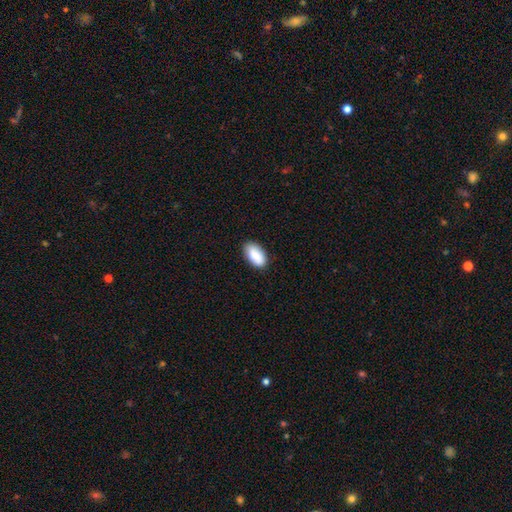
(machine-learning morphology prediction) Smooth or featured? Predicted: smooth (p=0.87). How rounded? Predicted: in between (p=0.94). Merging? Predicted: none (p=0.82).